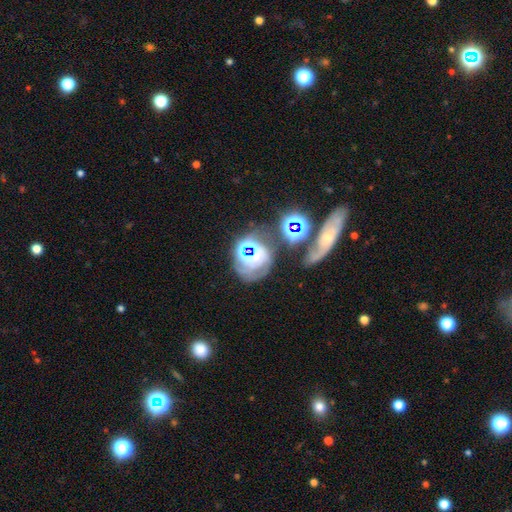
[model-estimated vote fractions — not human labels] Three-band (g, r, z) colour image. It shows a featured or disk galaxy (44%). Merging: none (50%).